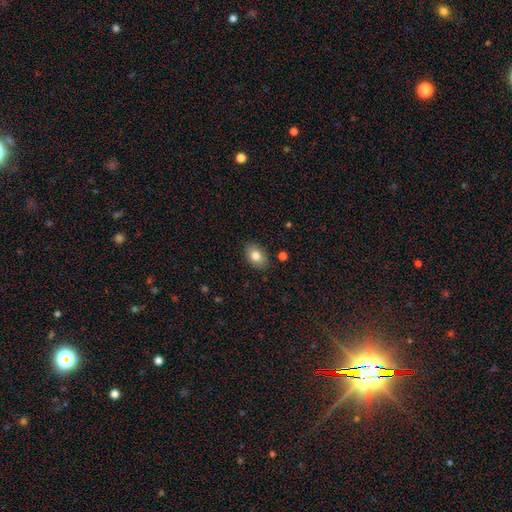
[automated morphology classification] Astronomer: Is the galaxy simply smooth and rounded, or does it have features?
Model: smooth — 81%.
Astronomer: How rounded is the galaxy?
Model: in between — 83%.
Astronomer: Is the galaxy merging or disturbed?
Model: none — 85%.